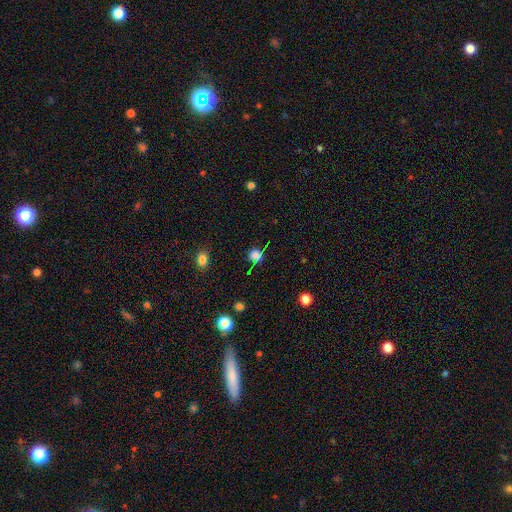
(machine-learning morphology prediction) Smooth or featured: smooth — 71% (star or artifact — 22%)
How rounded: round — 86% (in between — 12%)
Merging: none — 74% (minor disturbance — 12%)